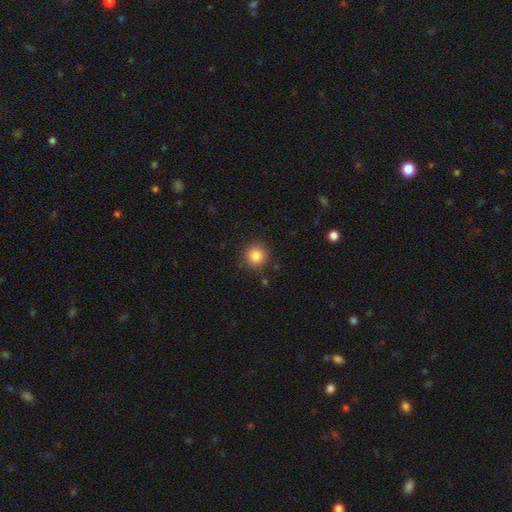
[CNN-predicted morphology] Smooth or featured?
  - smooth: 85% *
  - star or artifact: 10%
  - featured or disk: 5%
How rounded?
  - round: 93% *
  - in between: 6%
  - cigar-shaped: 1%
Merging?
  - none: 89% *
  - minor disturbance: 7%
  - major disturbance: 2%
  - merger: 2%